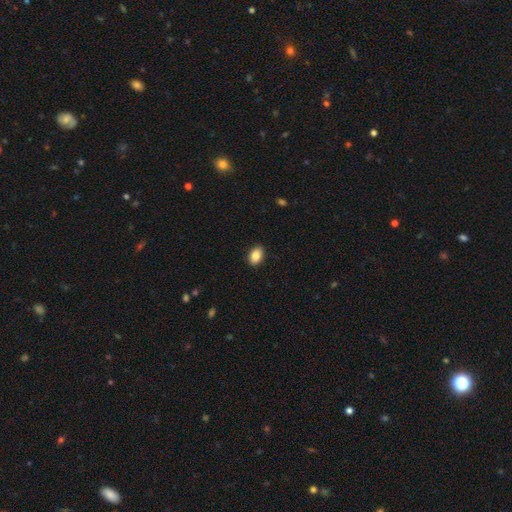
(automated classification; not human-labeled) smooth-or-featured: smooth: 86% | star or artifact: 8% | featured or disk: 6%
  how-rounded: in between: 82% | round: 16% | cigar-shaped: 1%
  merging: none: 89% | minor disturbance: 8% | major disturbance: 2% | merger: 1%